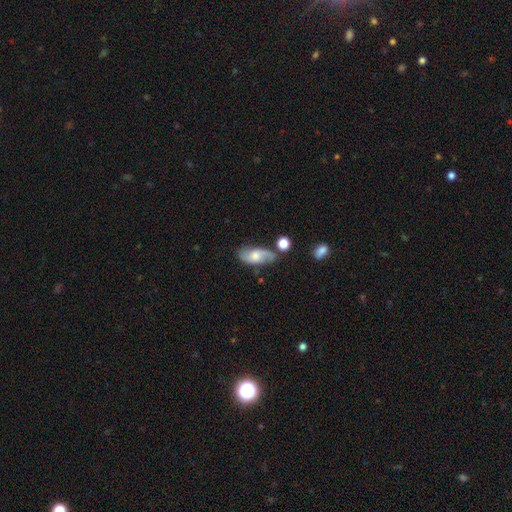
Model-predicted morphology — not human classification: Smooth or featured? featured or disk (51%)
Edge-on disk? no (90%)
Merging? none (65%)